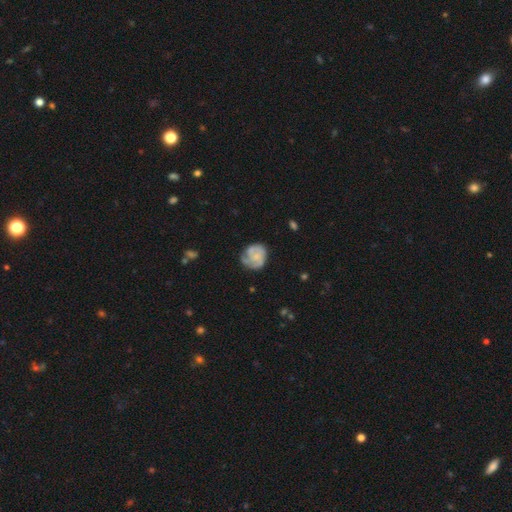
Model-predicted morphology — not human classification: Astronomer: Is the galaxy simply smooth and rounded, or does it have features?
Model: featured or disk — 66%.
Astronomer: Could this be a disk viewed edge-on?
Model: no — 98%.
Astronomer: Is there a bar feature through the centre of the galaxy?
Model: no — 74%.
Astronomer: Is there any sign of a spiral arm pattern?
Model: yes — 90%.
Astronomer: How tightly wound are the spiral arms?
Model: tight — 54% (runner-up: medium, 35%).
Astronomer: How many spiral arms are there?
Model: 3 — 31% (runner-up: 2, 30%).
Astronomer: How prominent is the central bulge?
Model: small — 45% (runner-up: none, 32%).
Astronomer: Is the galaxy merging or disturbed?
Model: none — 63%.